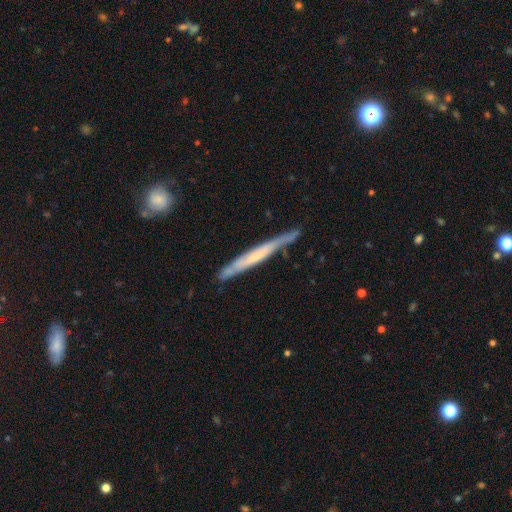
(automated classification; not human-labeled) This is possibly a featured or disk galaxy (60%). It is clearly viewed edge-on (89%). Edge-on bulge: likely none (69%). Merging: likely none (73%).